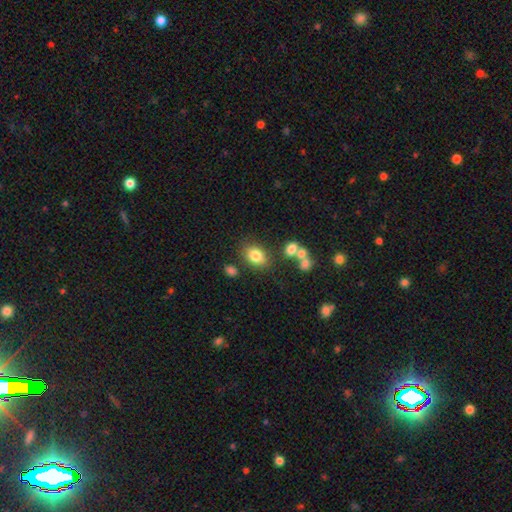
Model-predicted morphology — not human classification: Smooth or featured?
  - smooth: 80% *
  - featured or disk: 10%
  - star or artifact: 10%
How rounded?
  - in between: 73% *
  - round: 25%
  - cigar-shaped: 1%
Merging?
  - none: 73% *
  - minor disturbance: 13%
  - merger: 9%
  - major disturbance: 5%